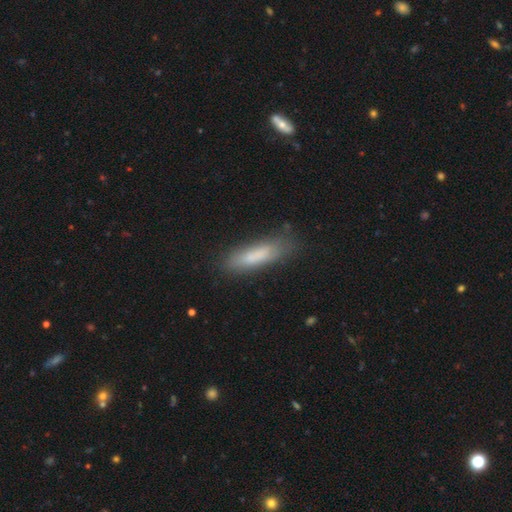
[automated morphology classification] Smooth or featured? smooth (76%)
How rounded? cigar-shaped (67%)
Merging? none (74%)